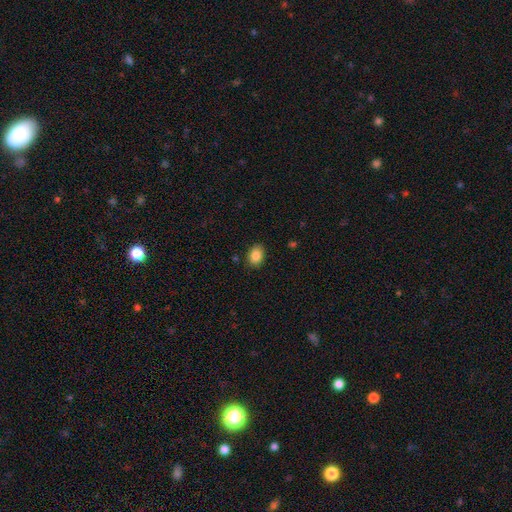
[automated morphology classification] smooth_or_featured: smooth (p=0.87) [alt: star or artifact p=0.09]
how_rounded: in between (p=0.74) [alt: round p=0.25]
merging: none (p=0.87) [alt: minor disturbance p=0.10]